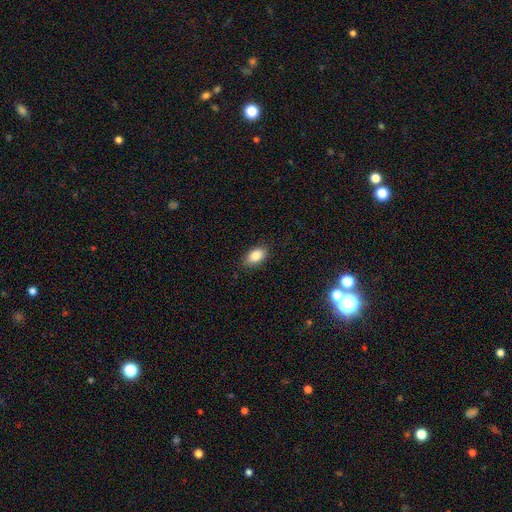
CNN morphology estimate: Q: Smooth or featured?
A: smooth (84%); runner-up: star or artifact (8%)
Q: How rounded?
A: in between (89%); runner-up: round (8%)
Q: Merging?
A: none (84%); runner-up: minor disturbance (12%)